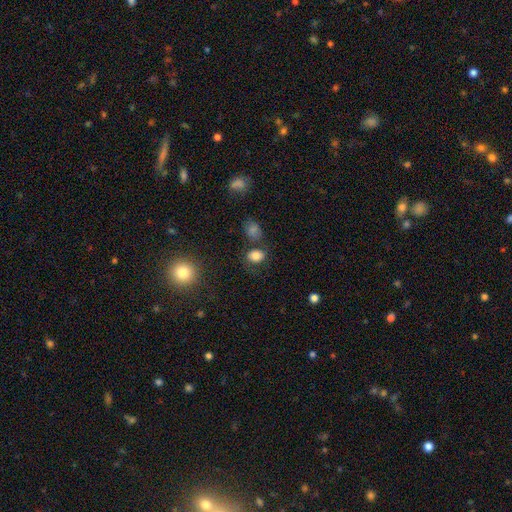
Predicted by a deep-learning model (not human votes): Smooth or featured: smooth — 80% (star or artifact — 12%)
How rounded: in between — 57% (round — 42%)
Merging: none — 67% (minor disturbance — 17%)